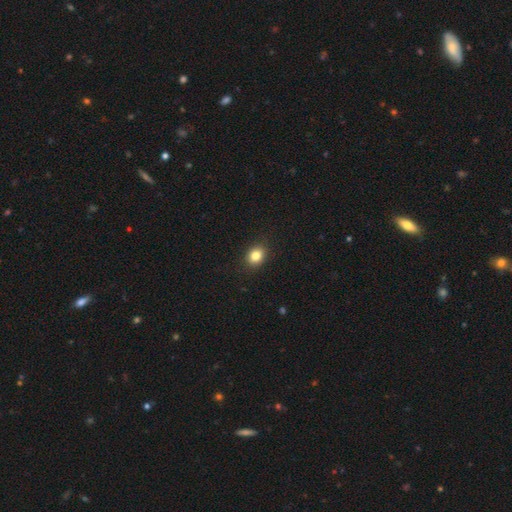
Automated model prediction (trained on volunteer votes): smooth-or-featured: smooth: 83% | star or artifact: 11% | featured or disk: 6%
  how-rounded: round: 54% | in between: 45% | cigar-shaped: 1%
  merging: none: 89% | minor disturbance: 8% | major disturbance: 2% | merger: 1%